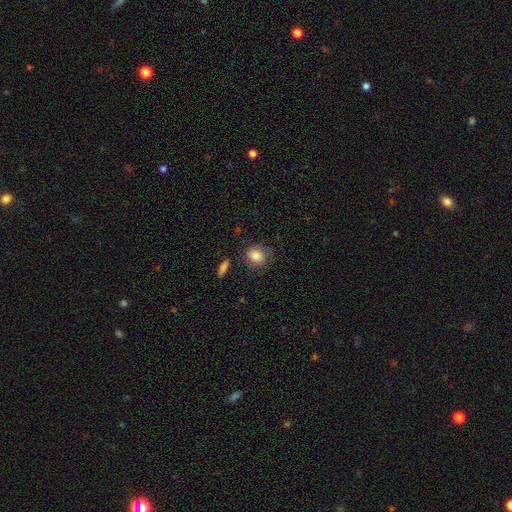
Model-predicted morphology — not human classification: A smooth galaxy with no disk features (84%) that is round (52%). Merging: none (70%).